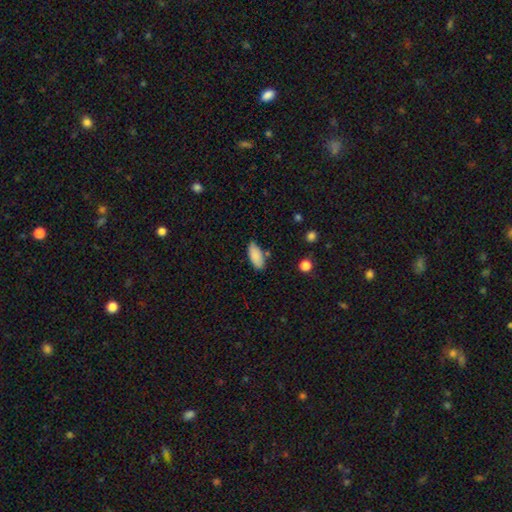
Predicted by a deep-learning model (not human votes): Q: Smooth or featured?
A: smooth (87%); runner-up: star or artifact (7%)
Q: How rounded?
A: in between (88%); runner-up: cigar-shaped (10%)
Q: Merging?
A: none (76%); runner-up: minor disturbance (17%)